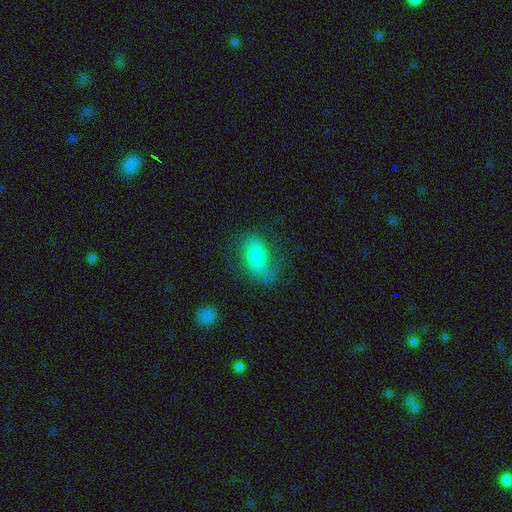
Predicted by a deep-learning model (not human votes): smooth 52%, featured or disk 39%, star or artifact 9%. Down the decision tree: how rounded — in between (88%); merging — none (59%).